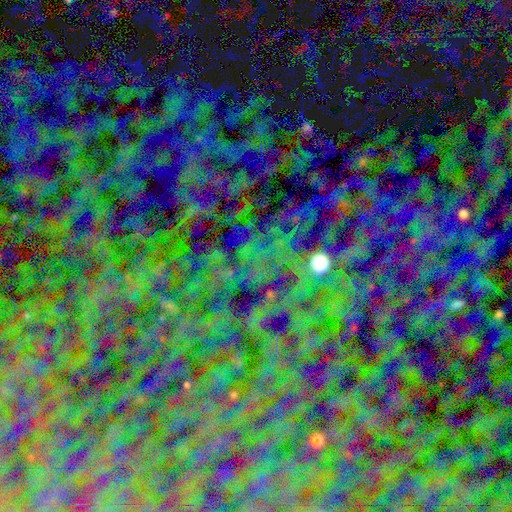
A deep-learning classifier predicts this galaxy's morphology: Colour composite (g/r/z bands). It shows a star or artifact, not a galaxy (82%).